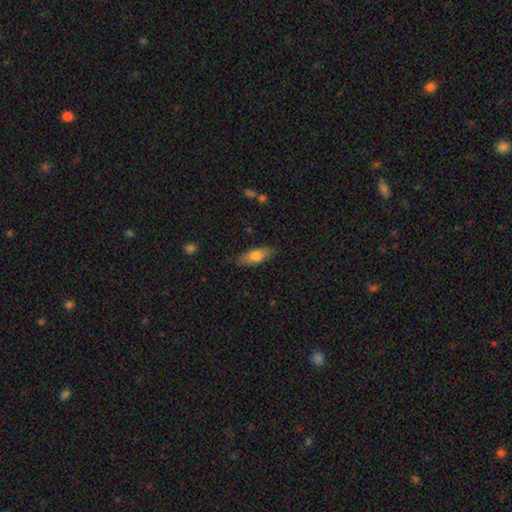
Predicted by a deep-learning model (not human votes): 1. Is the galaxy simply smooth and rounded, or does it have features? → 75% smooth, 19% featured or disk, 6% star or artifact.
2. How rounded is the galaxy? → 70% in between, 27% cigar-shaped, 2% round.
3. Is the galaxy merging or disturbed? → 82% none, 13% minor disturbance, 3% major disturbance, 1% merger.